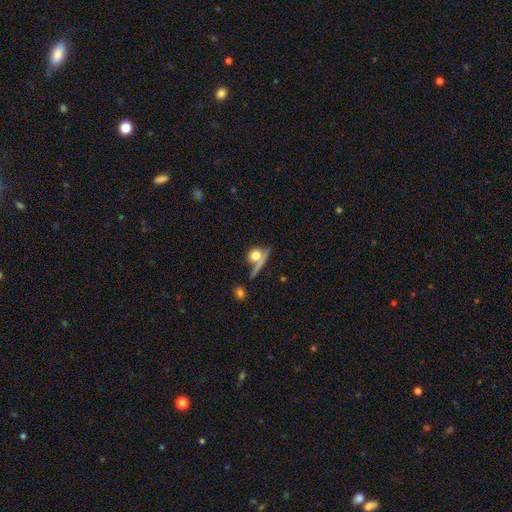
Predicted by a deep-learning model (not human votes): Smooth or featured?
  - smooth: 68% *
  - featured or disk: 21%
  - star or artifact: 12%
How rounded?
  - round: 57% *
  - in between: 31%
  - cigar-shaped: 12%
Merging?
  - none: 47% *
  - merger: 27%
  - minor disturbance: 15%
  - major disturbance: 12%